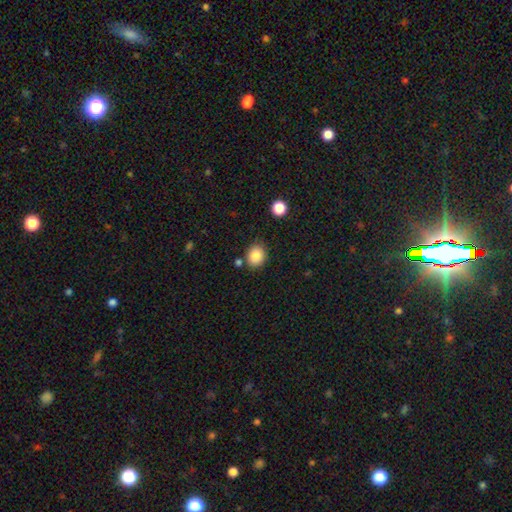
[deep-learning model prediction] This is clearly a smooth galaxy (86%). How rounded: likely round (62%). Merging: likely none (80%).